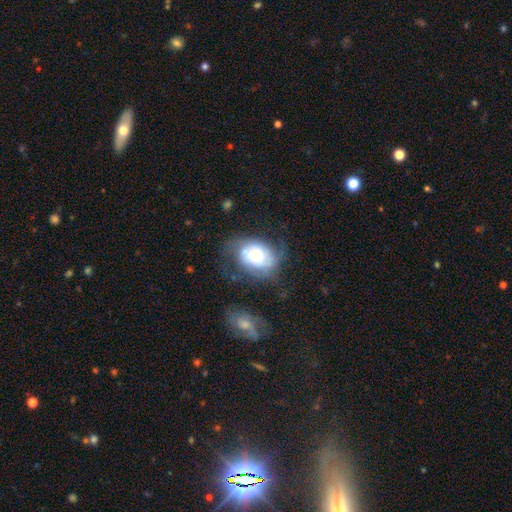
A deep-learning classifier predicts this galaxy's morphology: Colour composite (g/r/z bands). It shows a featured or disk galaxy (50%). Merging: none (46%).